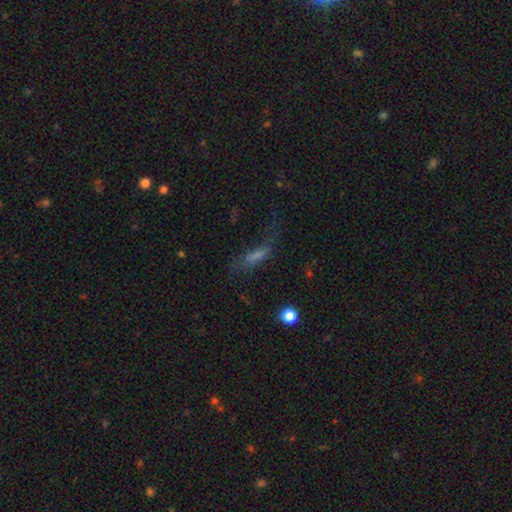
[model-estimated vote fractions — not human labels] This appears to be a smooth galaxy with no disk features (41%, tied with featured or disk). Merging: none (41%).